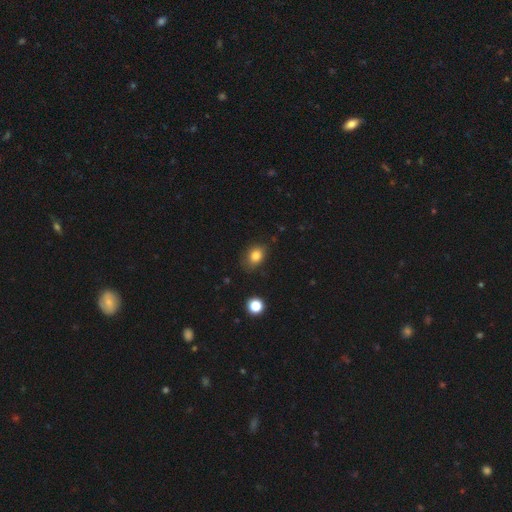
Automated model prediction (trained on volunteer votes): Smooth or featured: smooth — 83% (star or artifact — 11%)
How rounded: in between — 63% (round — 35%)
Merging: none — 78% (minor disturbance — 17%)